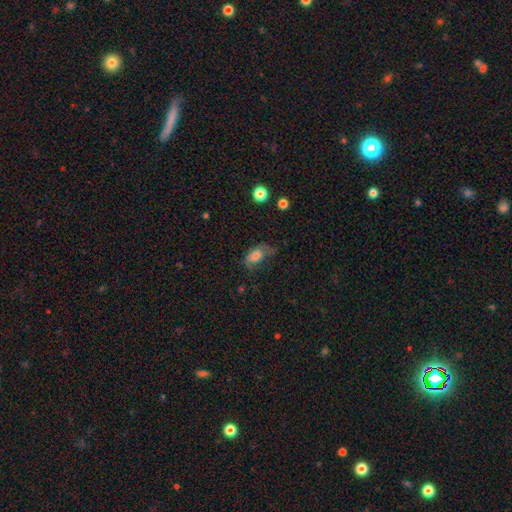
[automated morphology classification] Smooth or featured? smooth (67%)
How rounded? in between (88%)
Merging? none (42%)